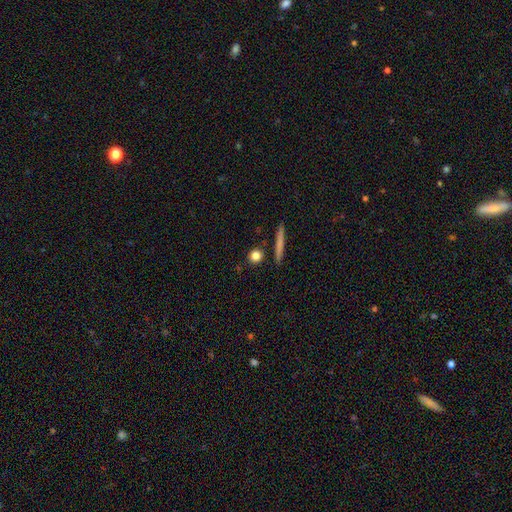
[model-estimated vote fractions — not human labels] smooth 80%, featured or disk 10%, star or artifact 10%. Down the decision tree: how rounded — round (82%); merging — none (84%).